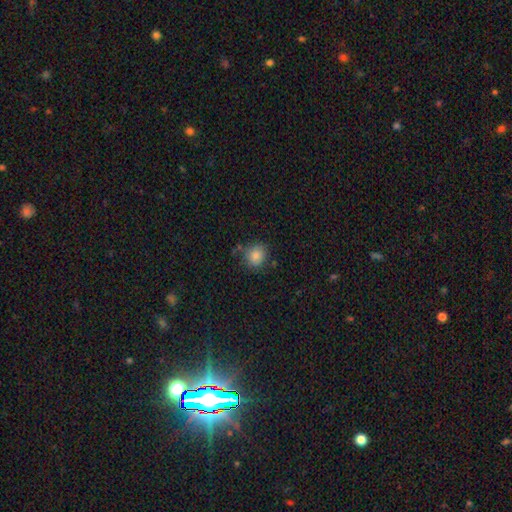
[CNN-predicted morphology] smooth 84%, star or artifact 11%, featured or disk 6%. Down the decision tree: how rounded — round (78%); merging — none (76%).